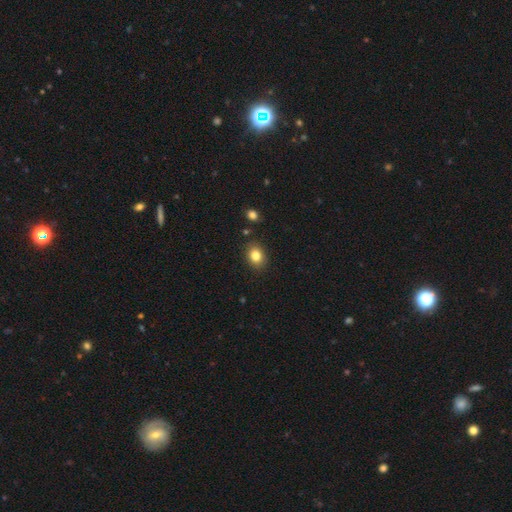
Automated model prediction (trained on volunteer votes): smooth 83%, star or artifact 10%, featured or disk 7%. Down the decision tree: how rounded — in between (59%); merging — none (85%).